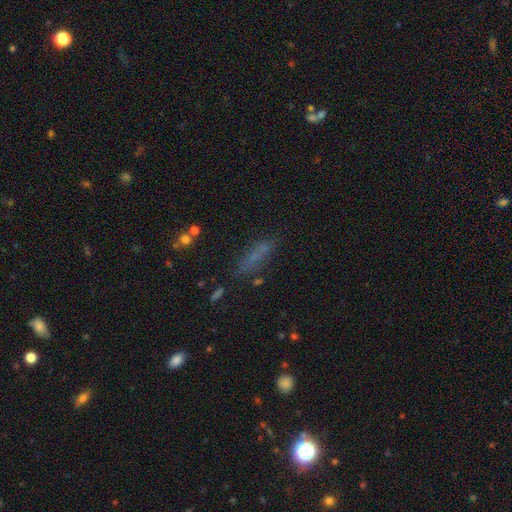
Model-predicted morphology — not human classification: Q: Smooth or featured?
A: smooth (62%); runner-up: star or artifact (20%)
Q: How rounded?
A: cigar-shaped (71%); runner-up: in between (25%)
Q: Merging?
A: none (72%); runner-up: minor disturbance (16%)